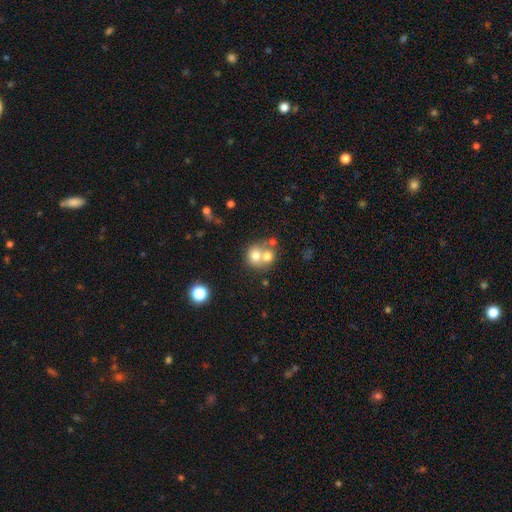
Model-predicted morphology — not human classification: Smooth or featured? smooth (68%)
How rounded? round (77%)
Merging? merger (61%)